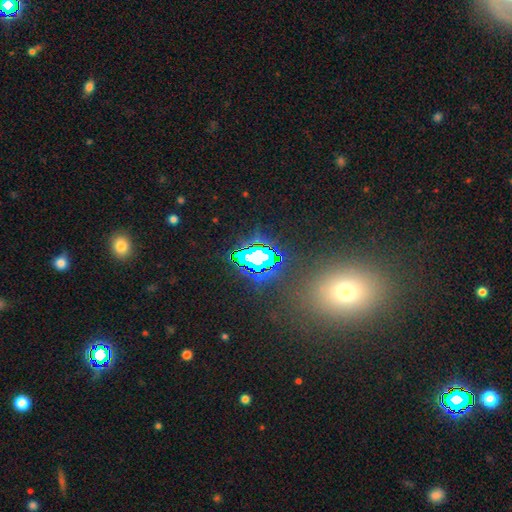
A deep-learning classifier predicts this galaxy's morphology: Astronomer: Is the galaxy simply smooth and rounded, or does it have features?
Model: star or artifact — 72%.